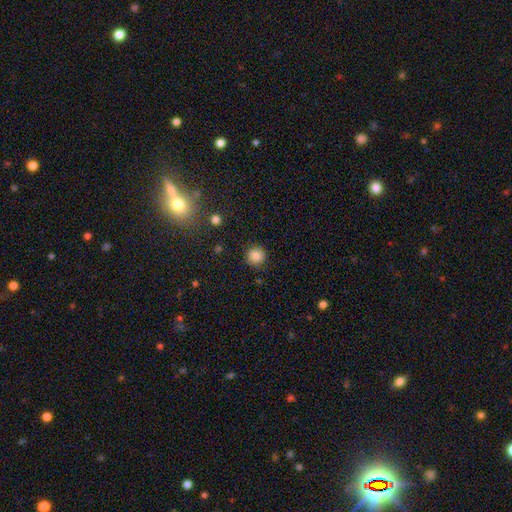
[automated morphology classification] Smooth or featured?
  - smooth: 85% *
  - star or artifact: 10%
  - featured or disk: 4%
How rounded?
  - round: 93% *
  - in between: 6%
  - cigar-shaped: 1%
Merging?
  - none: 89% *
  - minor disturbance: 7%
  - major disturbance: 2%
  - merger: 1%